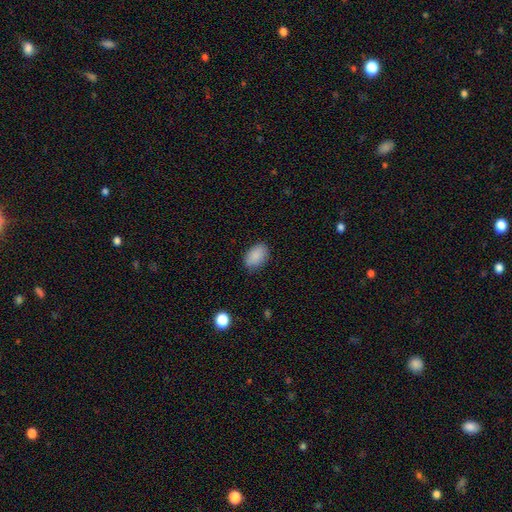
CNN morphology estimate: smooth-or-featured: smooth: 88% | star or artifact: 7% | featured or disk: 4%
  how-rounded: in between: 90% | round: 9% | cigar-shaped: 1%
  merging: none: 85% | minor disturbance: 11% | major disturbance: 3% | merger: 1%